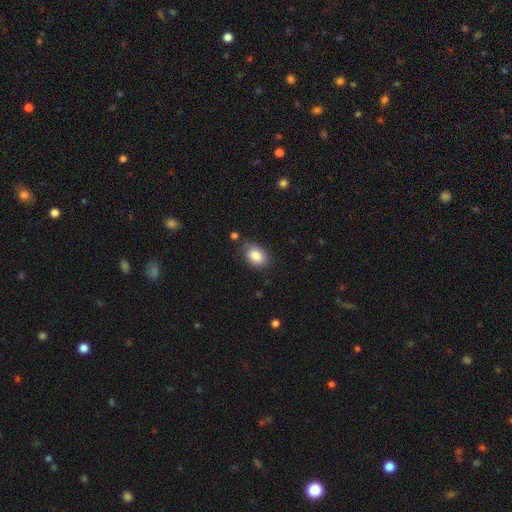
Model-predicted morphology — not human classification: Smooth or featured? Predicted: smooth (p=0.85). How rounded? Predicted: in between (p=0.81). Merging? Predicted: none (p=0.72).